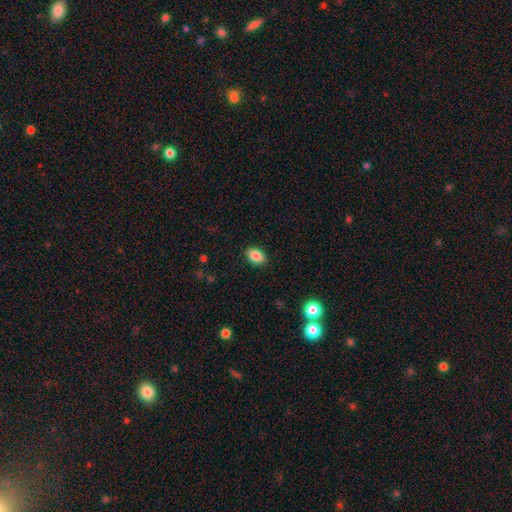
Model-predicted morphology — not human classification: smooth-or-featured: smooth: 87% | star or artifact: 8% | featured or disk: 4%
  how-rounded: in between: 85% | round: 14% | cigar-shaped: 1%
  merging: none: 89% | minor disturbance: 8% | major disturbance: 2% | merger: 1%